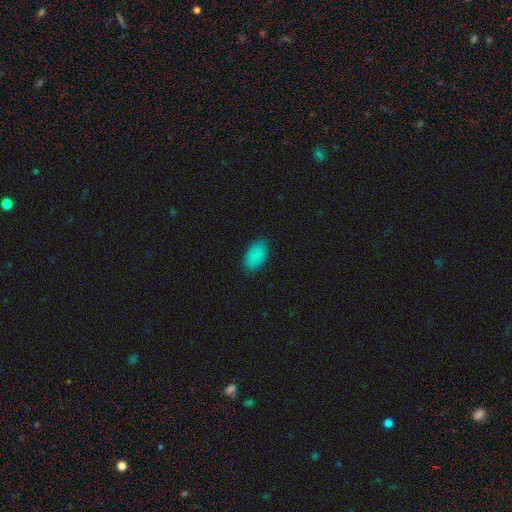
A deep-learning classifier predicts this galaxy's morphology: smooth 88%, star or artifact 8%, featured or disk 4%. Down the decision tree: how rounded — in between (94%); merging — none (84%).